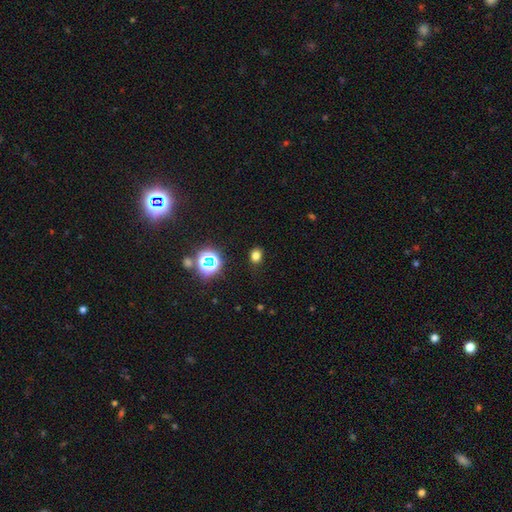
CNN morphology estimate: A smooth galaxy with no disk features (73%) that is in between round and cigar-shaped (54%).

Vote fractions:
- Smooth or featured? smooth: 73% / star or artifact: 21% / featured or disk: 5%
- How rounded? in between: 54% / round: 45% / cigar-shaped: 1%
- Merging? none: 86% / minor disturbance: 10% / major disturbance: 3% / merger: 2%